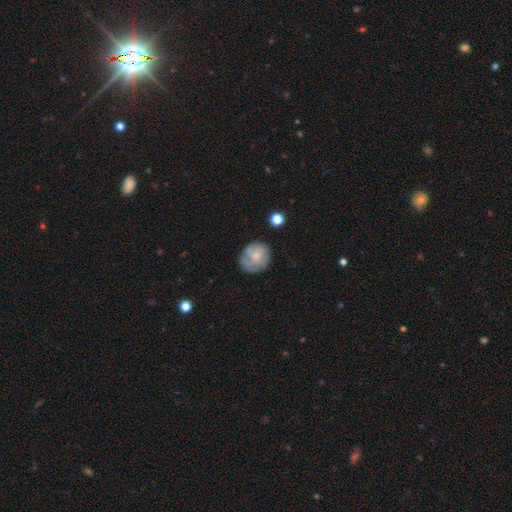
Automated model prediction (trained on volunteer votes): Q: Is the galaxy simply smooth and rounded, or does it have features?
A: smooth — 56%.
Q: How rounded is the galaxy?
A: round — 78%.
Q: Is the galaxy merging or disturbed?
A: none — 70%.